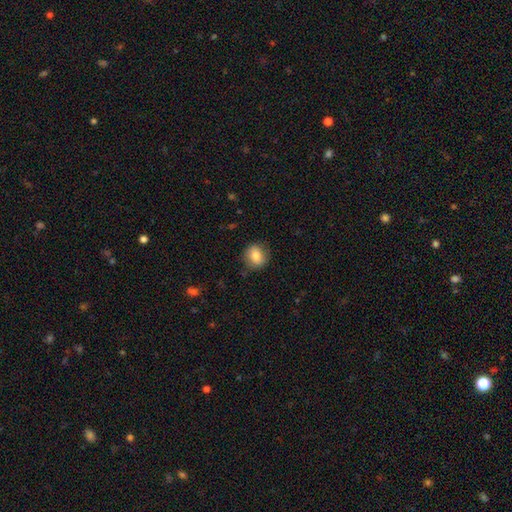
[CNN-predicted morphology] A smooth galaxy with no disk features (78%) that is round (70%). Merging: none (79%).